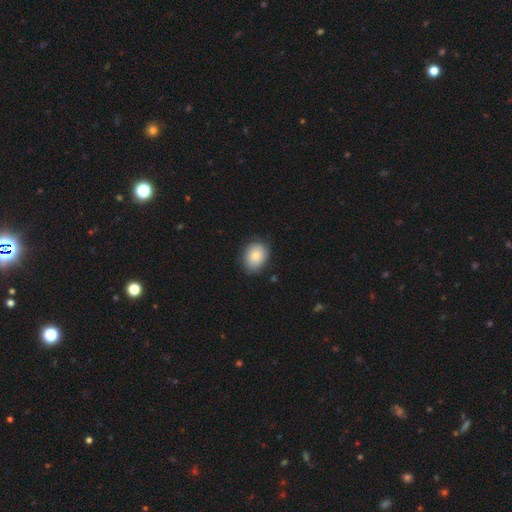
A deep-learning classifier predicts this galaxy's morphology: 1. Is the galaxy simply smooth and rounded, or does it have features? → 83% smooth, 10% featured or disk, 7% star or artifact.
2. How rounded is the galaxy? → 57% in between, 42% round, 1% cigar-shaped.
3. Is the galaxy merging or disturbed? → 80% none, 15% minor disturbance, 3% major disturbance, 1% merger.